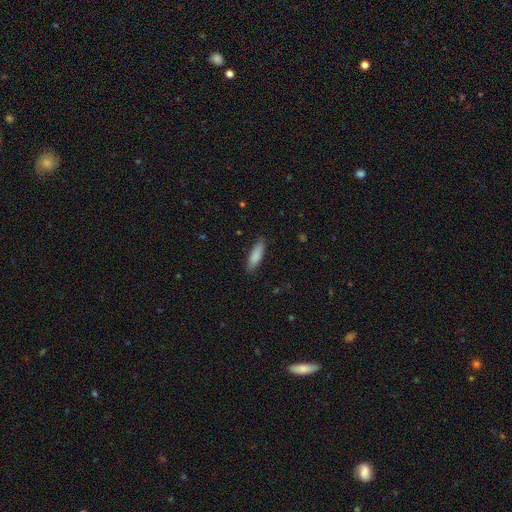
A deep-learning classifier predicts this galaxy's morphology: A smooth galaxy with no disk features (87%) that is cigar-shaped (52%).

Vote fractions:
- Smooth or featured? smooth: 87% / featured or disk: 7% / star or artifact: 6%
- How rounded? cigar-shaped: 52% / in between: 46% / round: 2%
- Merging? none: 86% / minor disturbance: 11% / major disturbance: 2% / merger: 1%